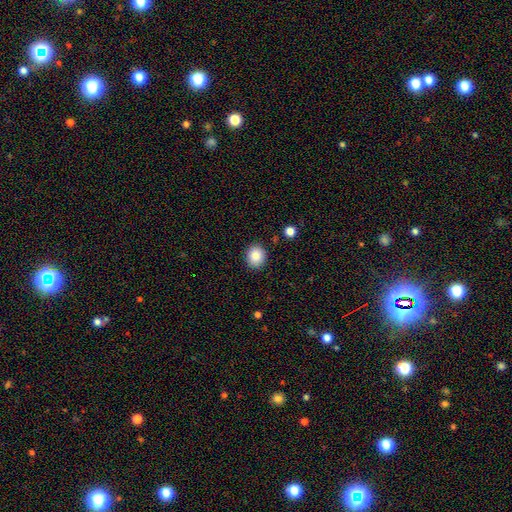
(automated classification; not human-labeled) This is clearly a smooth galaxy (84%). How rounded: likely round (70%). Merging: clearly none (89%).